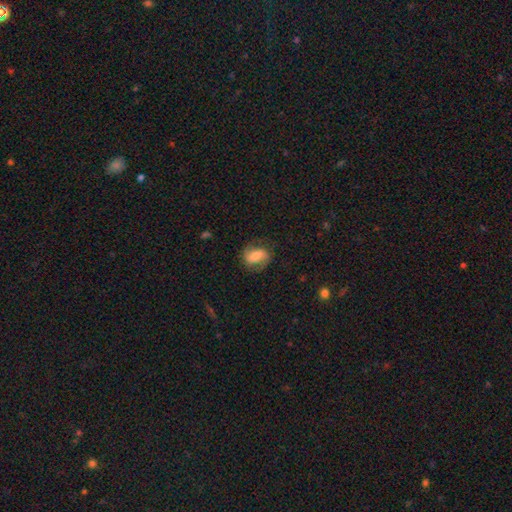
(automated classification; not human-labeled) featured or disk 68%, smooth 25%, star or artifact 8%. Down the decision tree: edge-on disk — no (97%); bar — weak (40%); spiral arms — yes (92%); spiral arm count — 2 (89%); spiral winding — medium (49%); bulge size — moderate (46%); merging — none (76%).